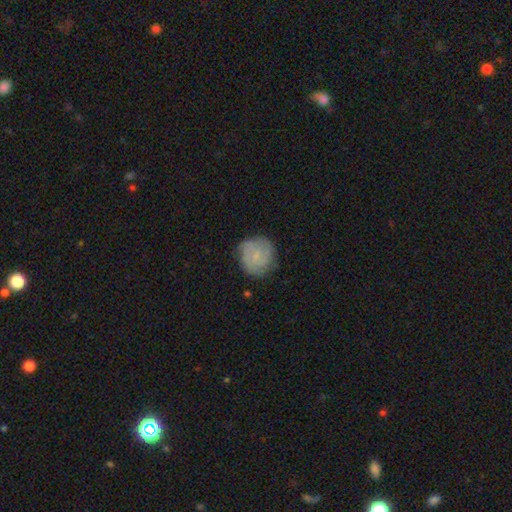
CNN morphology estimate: Smooth or featured? Predicted: featured or disk (p=0.57). Edge-on disk? Predicted: no (p=0.98). Bar? Predicted: no (p=0.62). Spiral arms? Predicted: yes (p=0.89). Bulge size? Predicted: small (p=0.65). Merging? Predicted: none (p=0.76).